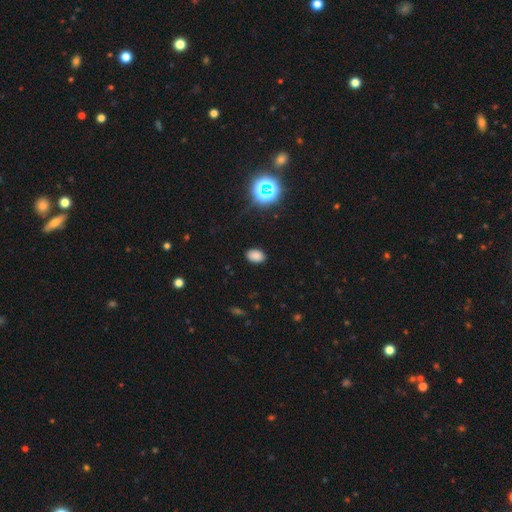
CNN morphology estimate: Smooth or featured?
  - smooth: 78% *
  - star or artifact: 17%
  - featured or disk: 5%
How rounded?
  - in between: 85% *
  - round: 14%
  - cigar-shaped: 1%
Merging?
  - none: 87% *
  - minor disturbance: 9%
  - major disturbance: 3%
  - merger: 1%